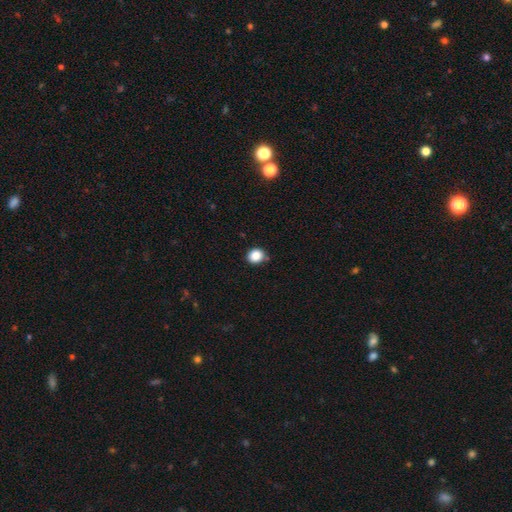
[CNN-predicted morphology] Smooth or featured: smooth — 87% (star or artifact — 10%)
How rounded: round — 74% (in between — 25%)
Merging: none — 81% (minor disturbance — 14%)